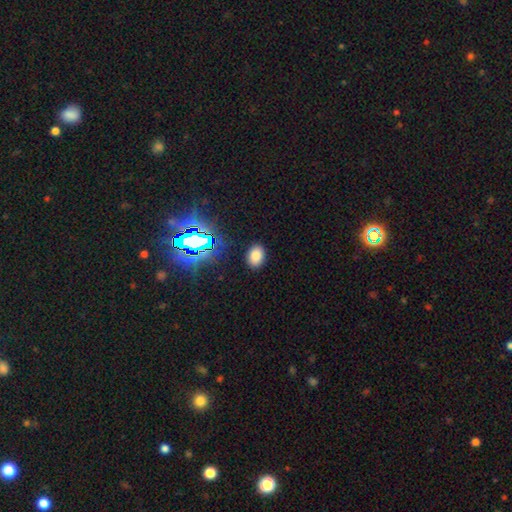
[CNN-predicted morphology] smooth-or-featured: smooth: 76% | star or artifact: 18% | featured or disk: 6%
  how-rounded: in between: 79% | round: 20% | cigar-shaped: 1%
  merging: none: 88% | minor disturbance: 8% | major disturbance: 3% | merger: 1%